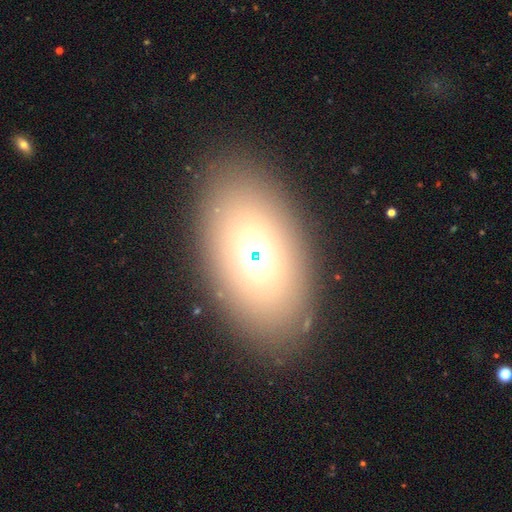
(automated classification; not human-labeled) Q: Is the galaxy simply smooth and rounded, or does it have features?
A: smooth — 56%.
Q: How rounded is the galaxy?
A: in between — 86%.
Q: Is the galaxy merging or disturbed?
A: none — 84%.